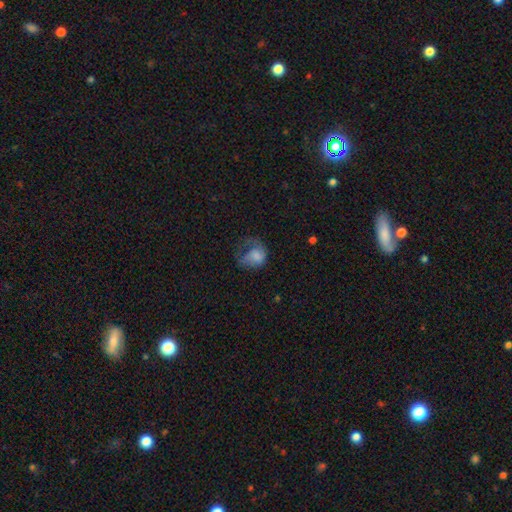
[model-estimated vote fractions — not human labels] Smooth or featured?
  - smooth: 65% *
  - featured or disk: 25%
  - star or artifact: 10%
How rounded?
  - in between: 54% *
  - round: 45%
  - cigar-shaped: 1%
Merging?
  - major disturbance: 55% *
  - minor disturbance: 22%
  - none: 20%
  - merger: 2%